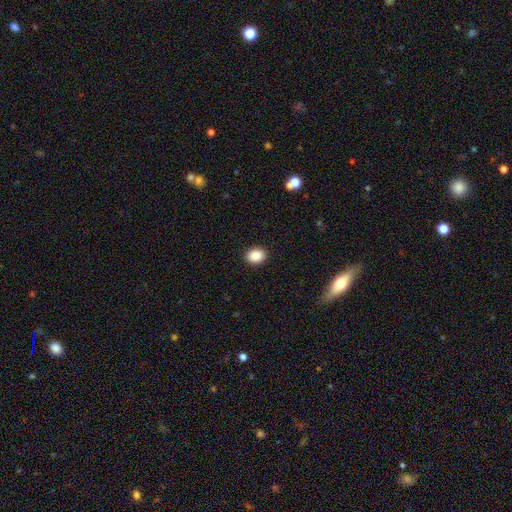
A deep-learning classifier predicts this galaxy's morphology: smooth 88%, star or artifact 8%, featured or disk 3%. Down the decision tree: how rounded — in between (61%); merging — none (91%).